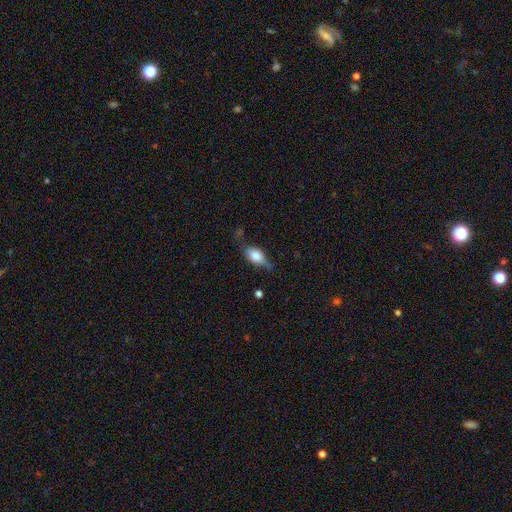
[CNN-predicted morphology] This appears to be a smooth galaxy with no disk features (62%) that is in between round and cigar-shaped (81%). Merging: none (53%).